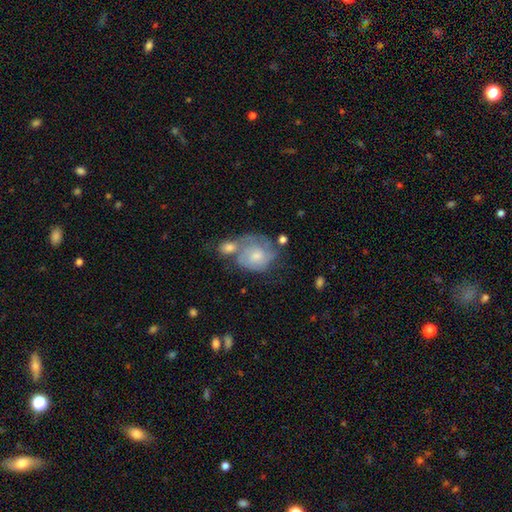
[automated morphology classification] This is possibly a featured or disk galaxy (50%). It is clearly not viewed edge-on (97%). Merging: marginally merger (38%).